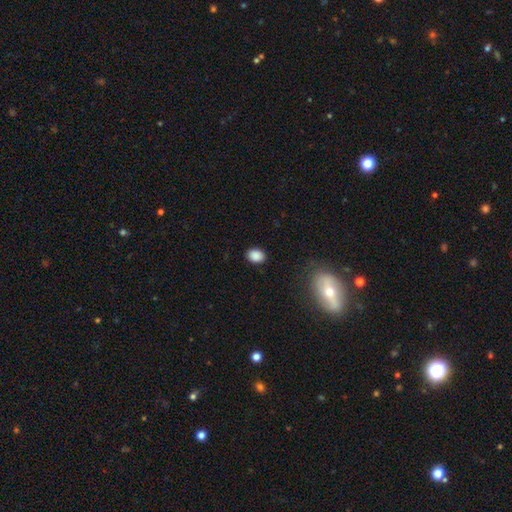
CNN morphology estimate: Smooth or featured?
  - smooth: 88% *
  - star or artifact: 9%
  - featured or disk: 3%
How rounded?
  - in between: 65% *
  - round: 34%
  - cigar-shaped: 1%
Merging?
  - none: 88% *
  - minor disturbance: 9%
  - major disturbance: 2%
  - merger: 1%